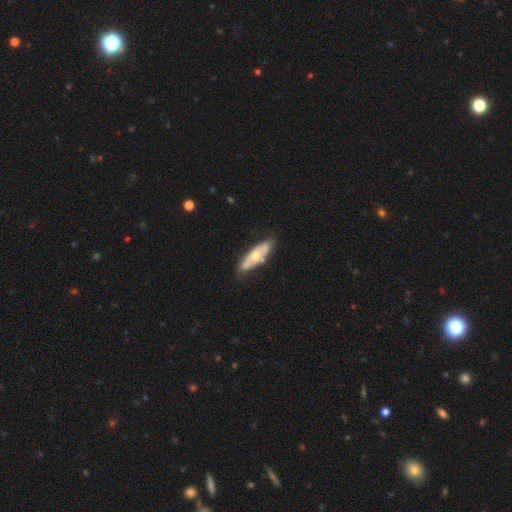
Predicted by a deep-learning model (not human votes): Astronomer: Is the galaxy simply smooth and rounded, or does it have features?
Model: featured or disk — 59% (runner-up: smooth, 35%).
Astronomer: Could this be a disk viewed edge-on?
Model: no — 66%.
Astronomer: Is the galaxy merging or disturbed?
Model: none — 72%.